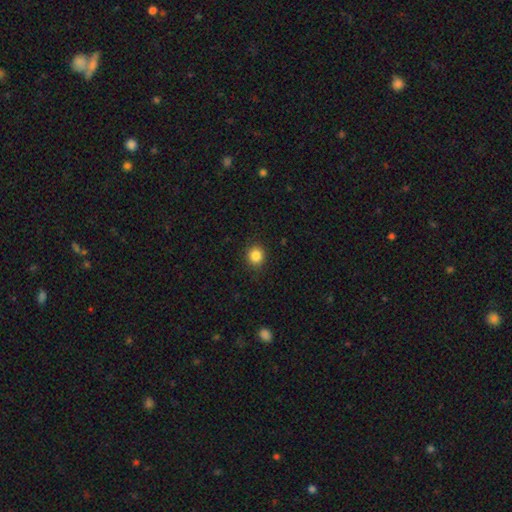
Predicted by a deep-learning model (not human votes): Smooth or featured: smooth — 85% (star or artifact — 11%)
How rounded: round — 85% (in between — 14%)
Merging: none — 90% (minor disturbance — 7%)